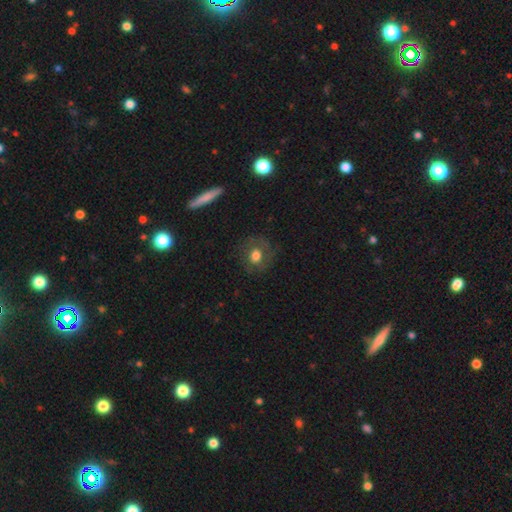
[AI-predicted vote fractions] A smooth galaxy with no disk features (58%) that is round (76%).

Vote fractions:
- Smooth or featured? smooth: 58% / featured or disk: 32% / star or artifact: 10%
- How rounded? round: 76% / in between: 22% / cigar-shaped: 1%
- Merging? none: 74% / minor disturbance: 15% / major disturbance: 9% / merger: 1%